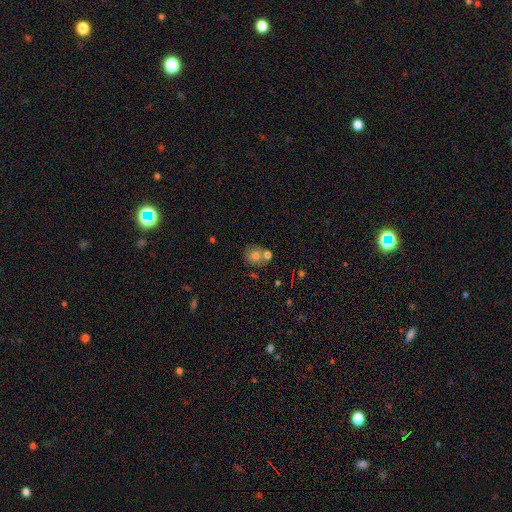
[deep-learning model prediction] Smooth or featured?
  - smooth: 68% *
  - featured or disk: 19%
  - star or artifact: 13%
How rounded?
  - round: 84% *
  - in between: 15%
  - cigar-shaped: 1%
Merging?
  - none: 61% *
  - merger: 24%
  - minor disturbance: 11%
  - major disturbance: 4%